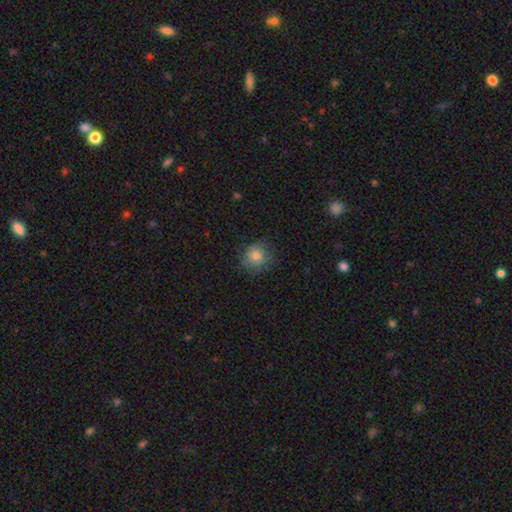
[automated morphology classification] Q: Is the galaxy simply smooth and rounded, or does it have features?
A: smooth — 76%.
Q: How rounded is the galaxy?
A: round — 88%.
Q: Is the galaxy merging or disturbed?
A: none — 76%.